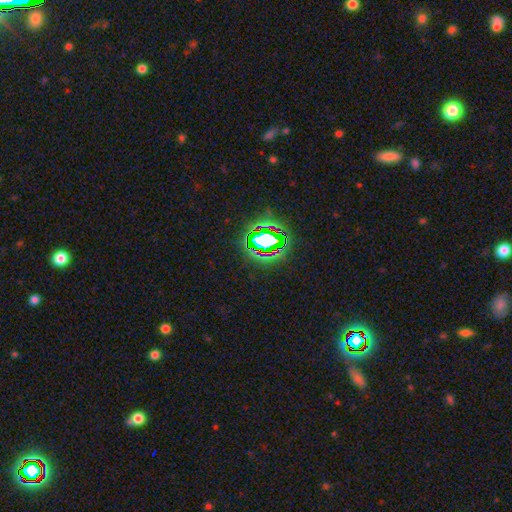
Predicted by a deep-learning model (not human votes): Smooth or featured? star or artifact (77%)